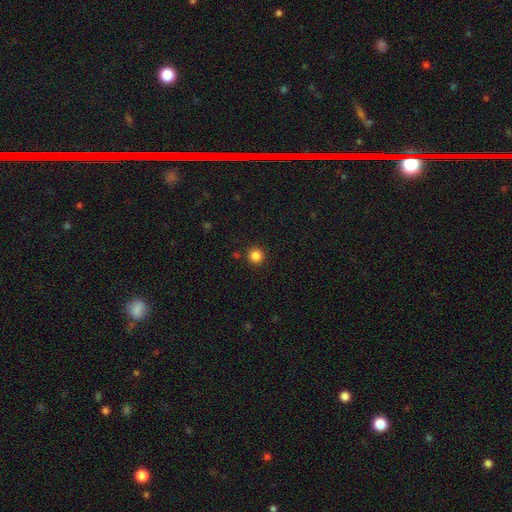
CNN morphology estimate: A smooth galaxy with no disk features (85%) that is round (95%).

Vote fractions:
- Smooth or featured? smooth: 85% / star or artifact: 12% / featured or disk: 3%
- How rounded? round: 95% / in between: 4% / cigar-shaped: 1%
- Merging? none: 91% / minor disturbance: 5% / major disturbance: 2% / merger: 2%